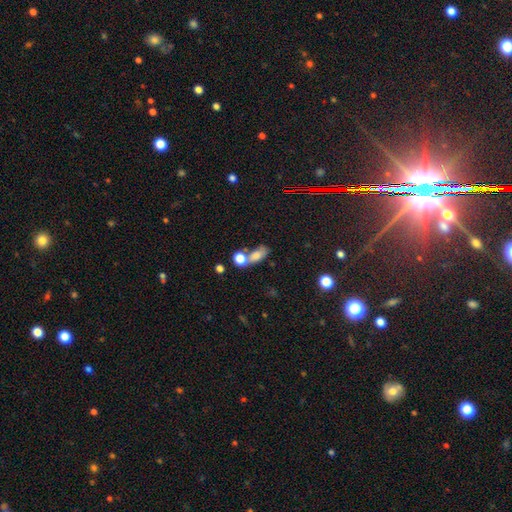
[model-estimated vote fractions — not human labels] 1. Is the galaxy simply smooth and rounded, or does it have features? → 73% smooth, 15% featured or disk, 12% star or artifact.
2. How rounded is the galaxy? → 78% in between, 14% round, 8% cigar-shaped.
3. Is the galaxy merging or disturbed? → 43% merger, 35% none, 13% minor disturbance, 8% major disturbance.